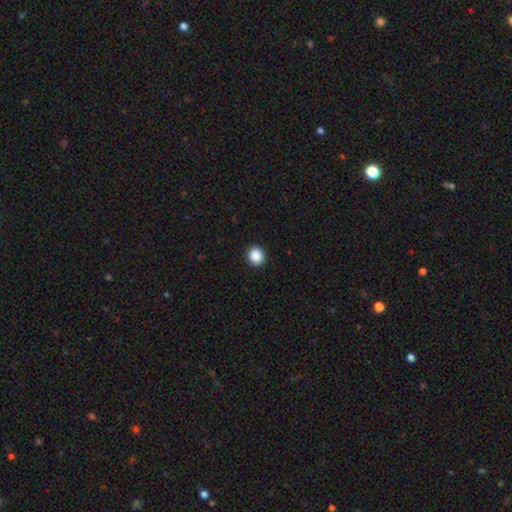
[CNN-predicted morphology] A smooth galaxy with no disk features (88%) that is round (85%).

Vote fractions:
- Smooth or featured? smooth: 88% / star or artifact: 9% / featured or disk: 3%
- How rounded? round: 85% / in between: 15% / cigar-shaped: 1%
- Merging? none: 93% / minor disturbance: 5% / major disturbance: 2% / merger: 1%